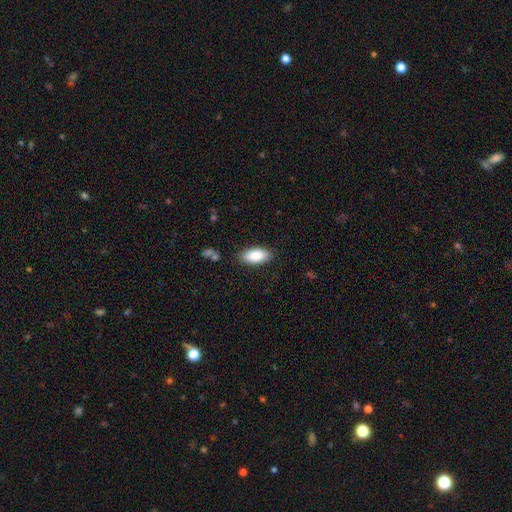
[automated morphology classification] Overall: smooth (87%). How rounded: in between (90%). Merging: none (86%).